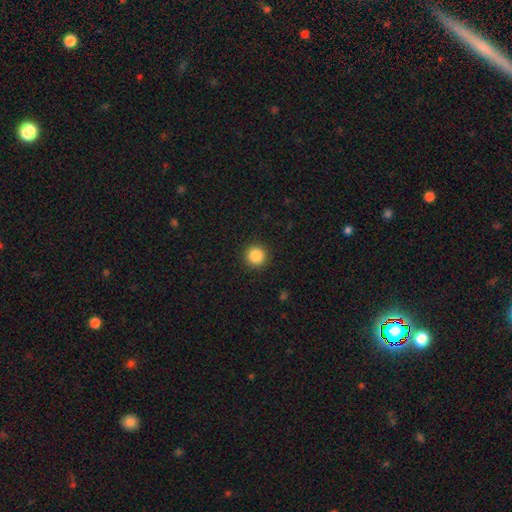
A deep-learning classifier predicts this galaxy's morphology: Smooth or featured? smooth (86%)
How rounded? round (95%)
Merging? none (92%)